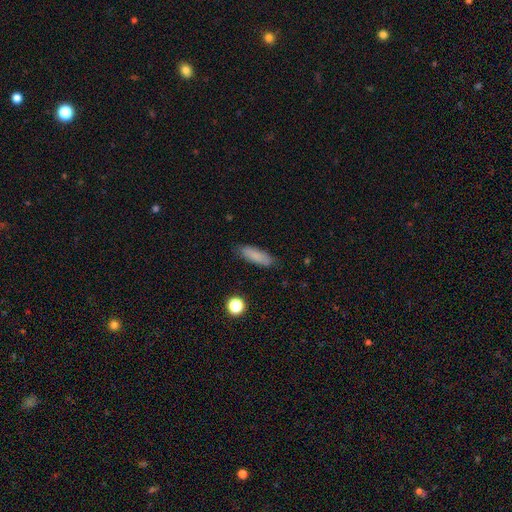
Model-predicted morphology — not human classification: This is clearly a smooth galaxy (84%). How rounded: possibly in between (50%). Merging: clearly none (85%).